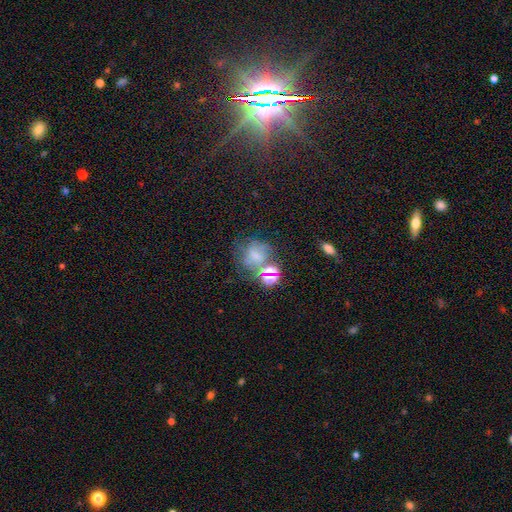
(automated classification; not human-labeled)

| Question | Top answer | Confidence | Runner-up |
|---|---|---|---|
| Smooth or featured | smooth | 46% | star or artifact (28%) |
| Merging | none | 41% | merger (21%) |